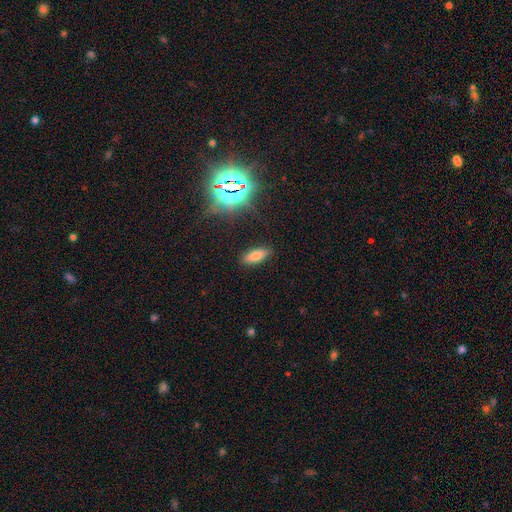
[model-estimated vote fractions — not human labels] Smooth or featured: smooth — 72% (star or artifact — 14%)
How rounded: in between — 71% (cigar-shaped — 26%)
Merging: none — 88% (minor disturbance — 8%)